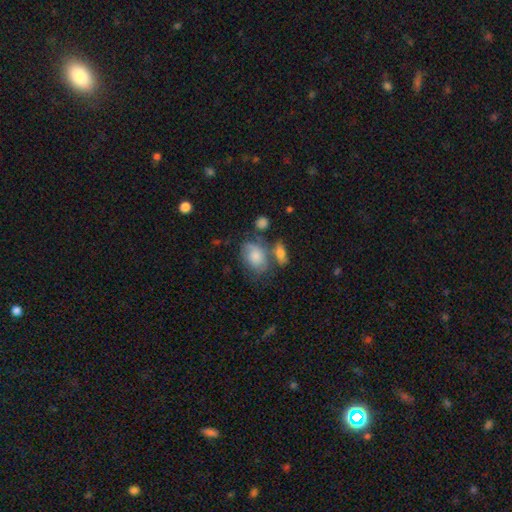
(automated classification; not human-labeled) This is likely a smooth galaxy (65%). How rounded: likely in between (74%). Merging: possibly none (46%).